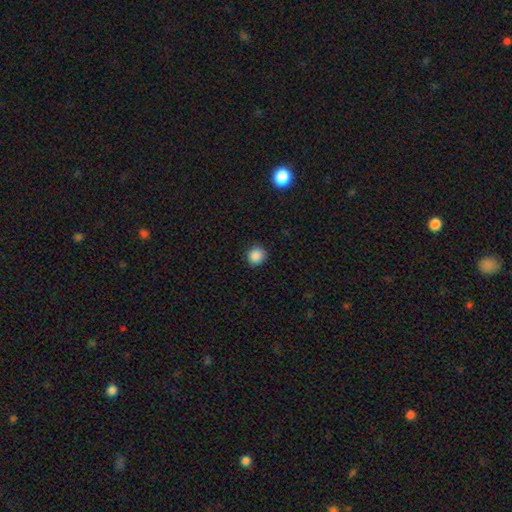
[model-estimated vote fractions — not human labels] Overall: smooth (87%). How rounded: round (87%). Merging: none (89%).